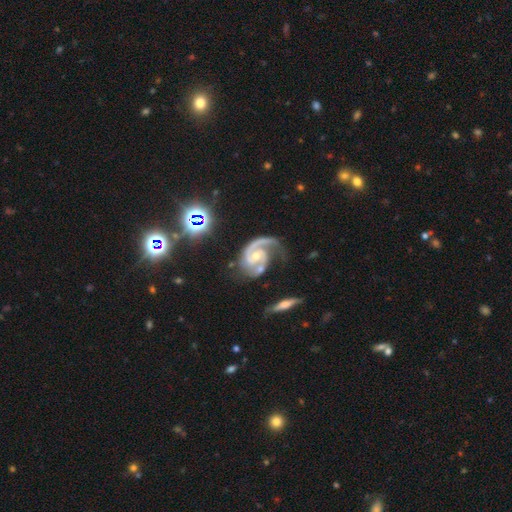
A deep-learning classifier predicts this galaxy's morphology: A featured or disk galaxy (92%) with no bar (58%), 2 (74%) medium (51%) spiral arms (98%) and a moderate central bulge (58%).

Vote fractions:
- Smooth or featured? featured or disk: 92% / star or artifact: 5% / smooth: 3%
- Edge-on disk? no: 98% / yes: 2%
- Bar? no: 58% / weak: 32% / strong: 10%
- Spiral arms? yes: 98% / no: 2%
- Spiral winding? medium: 51% / tight: 36% / loose: 13%
- Spiral arm count? 2: 74% / 1: 16% / 3: 5% / can't tell: 3% / 4: 1% / more than 4: 1%
- Bulge size? moderate: 58% / small: 37% / large: 2% / none: 1% / dominant: 1%
- Merging? none: 47% / minor disturbance: 23% / major disturbance: 20% / merger: 10%